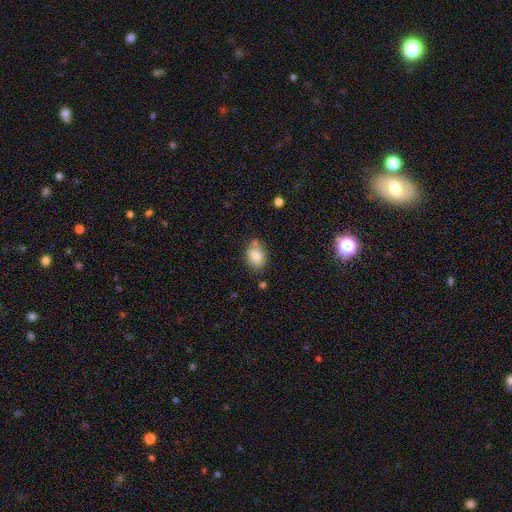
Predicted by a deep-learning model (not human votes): smooth 80%, featured or disk 12%, star or artifact 8%. Down the decision tree: how rounded — in between (78%); merging — none (69%).